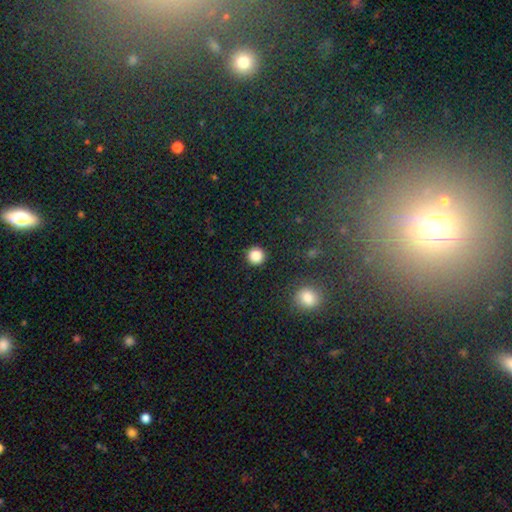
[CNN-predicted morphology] Overall: smooth (85%). How rounded: round (95%). Merging: none (92%).